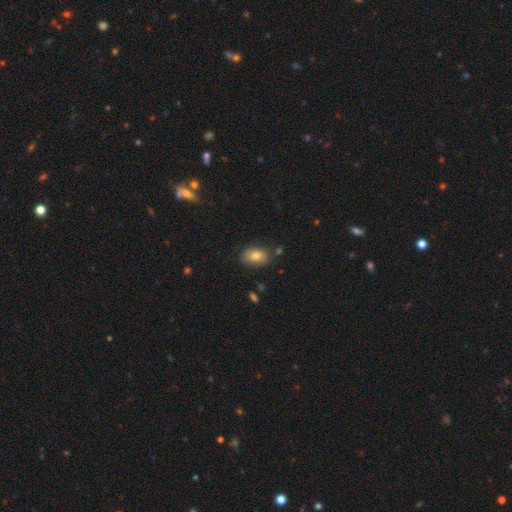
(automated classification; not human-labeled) Q: Smooth or featured?
A: smooth (78%); runner-up: featured or disk (13%)
Q: How rounded?
A: in between (86%); runner-up: round (12%)
Q: Merging?
A: none (74%); runner-up: minor disturbance (18%)